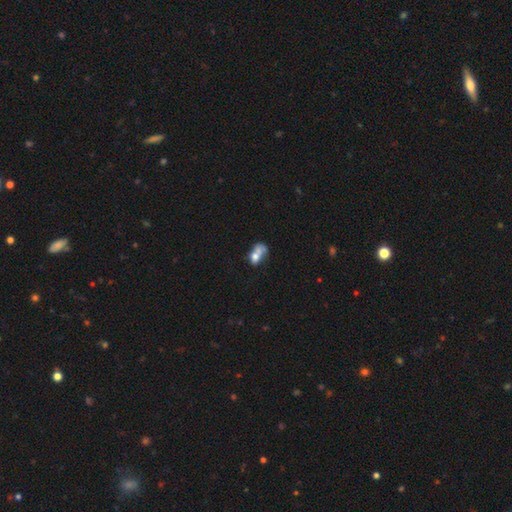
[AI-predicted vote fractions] smooth_or_featured: smooth (p=0.62) [alt: featured or disk p=0.27]
how_rounded: in between (p=0.71) [alt: round p=0.26]
merging: merger (p=0.57) [alt: none p=0.18]